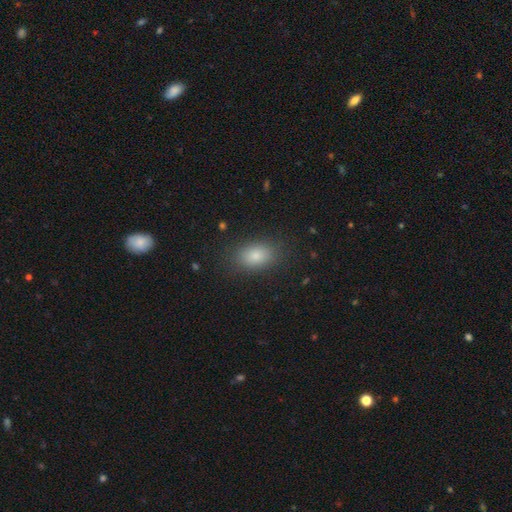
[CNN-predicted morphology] The model was most divided on "how rounded": in between: 86%, round: 13%, cigar-shaped: 2%. More confident: merging — none (84%); smooth or featured — smooth (83%).